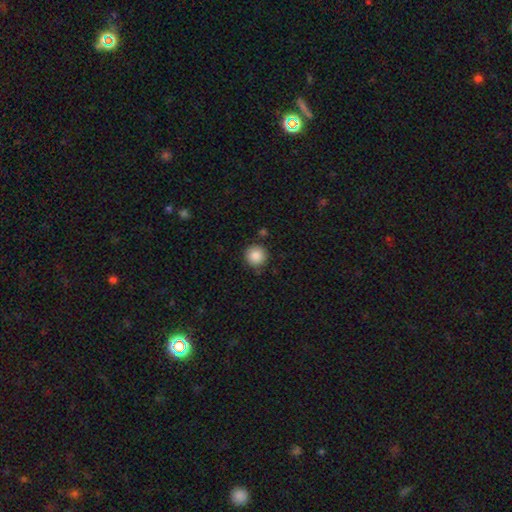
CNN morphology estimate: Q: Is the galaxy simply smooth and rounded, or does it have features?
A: smooth — 88%.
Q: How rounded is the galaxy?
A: round — 95%.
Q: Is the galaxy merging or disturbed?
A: none — 87%.